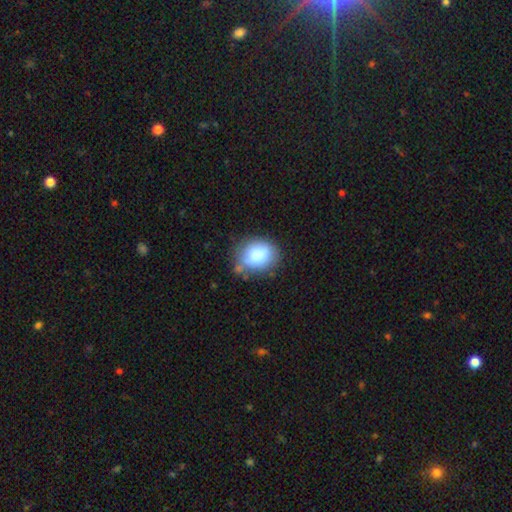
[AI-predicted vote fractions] The model was most divided on "how rounded": in between: 51%, round: 48%, cigar-shaped: 1%. More confident: smooth or featured — smooth (82%); merging — none (64%).